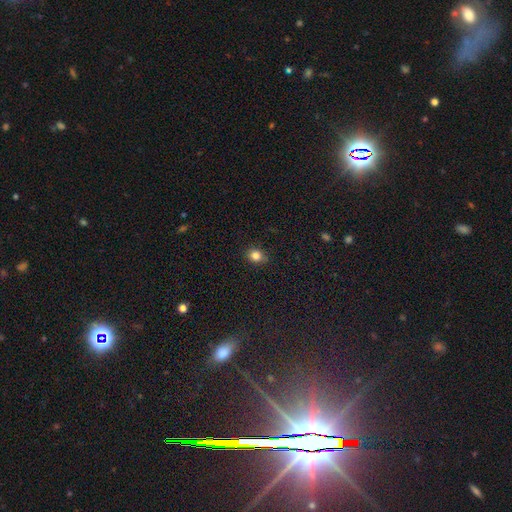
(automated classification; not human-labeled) A smooth galaxy with no disk features (83%) that is round (63%). Merging: none (86%).